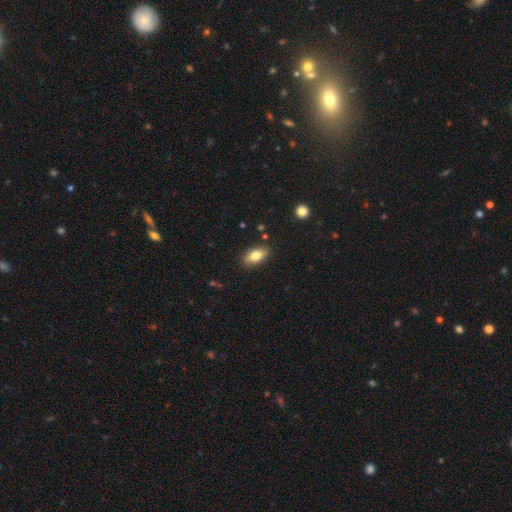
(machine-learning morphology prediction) The model was most divided on "smooth or featured": smooth: 79%, featured or disk: 14%, star or artifact: 7%. More confident: how rounded — in between (87%); merging — none (86%).